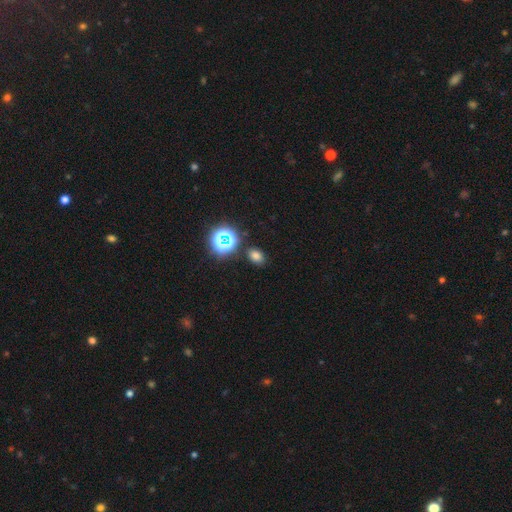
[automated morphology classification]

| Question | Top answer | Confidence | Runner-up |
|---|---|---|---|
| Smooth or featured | smooth | 70% | star or artifact (23%) |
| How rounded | in between | 67% | round (32%) |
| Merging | none | 83% | minor disturbance (10%) |